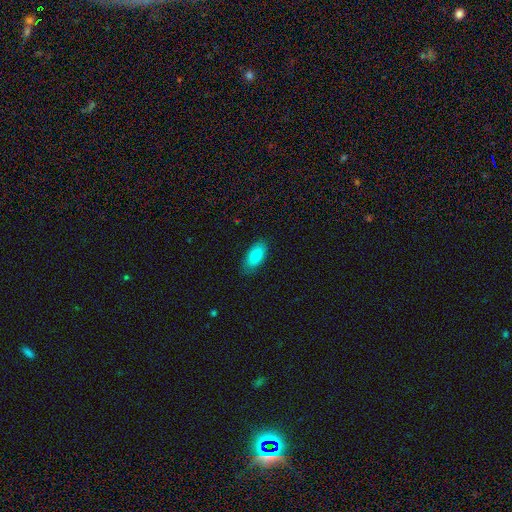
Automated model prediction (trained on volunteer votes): A smooth galaxy with no disk features (81%) that is in between round and cigar-shaped (89%).

Vote fractions:
- Smooth or featured? smooth: 81% / featured or disk: 13% / star or artifact: 7%
- How rounded? in between: 89% / cigar-shaped: 8% / round: 3%
- Merging? none: 84% / minor disturbance: 12% / major disturbance: 2% / merger: 1%